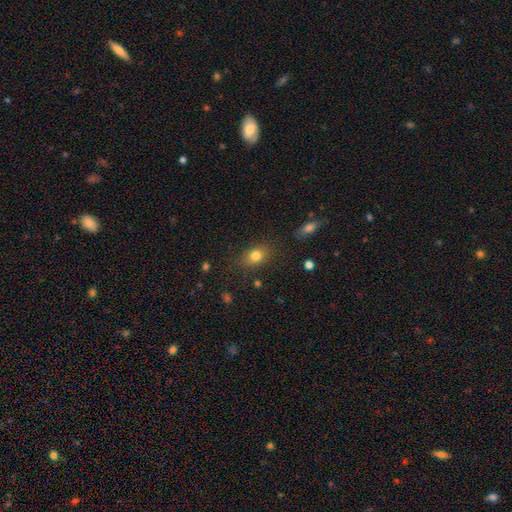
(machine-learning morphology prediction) A smooth galaxy with no disk features (80%) that is in between round and cigar-shaped (68%). Merging: none (80%).